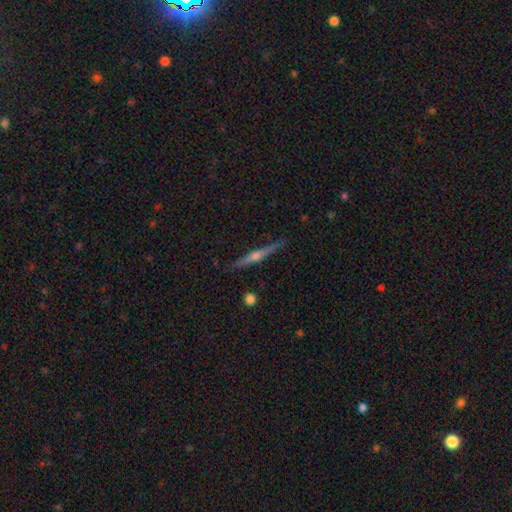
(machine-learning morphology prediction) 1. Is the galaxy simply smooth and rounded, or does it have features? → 77% featured or disk, 17% smooth, 6% star or artifact.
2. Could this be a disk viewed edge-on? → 98% yes, 2% no.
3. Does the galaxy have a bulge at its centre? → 87% rounded, 6% none, 6% boxy.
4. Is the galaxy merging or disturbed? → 90% none, 7% minor disturbance, 1% major disturbance, 1% merger.